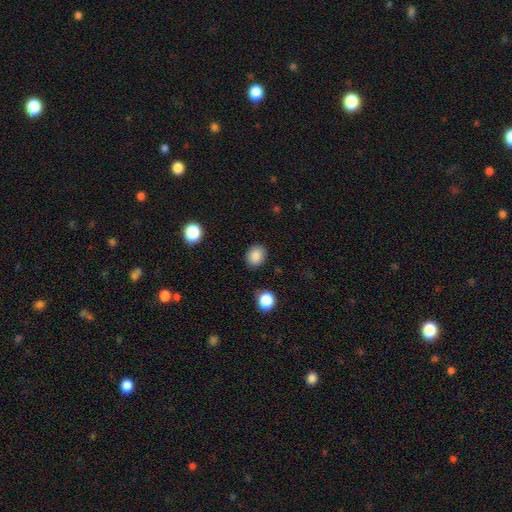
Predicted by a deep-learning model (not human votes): This is clearly a smooth galaxy (87%). How rounded: likely round (62%). Merging: clearly none (87%).